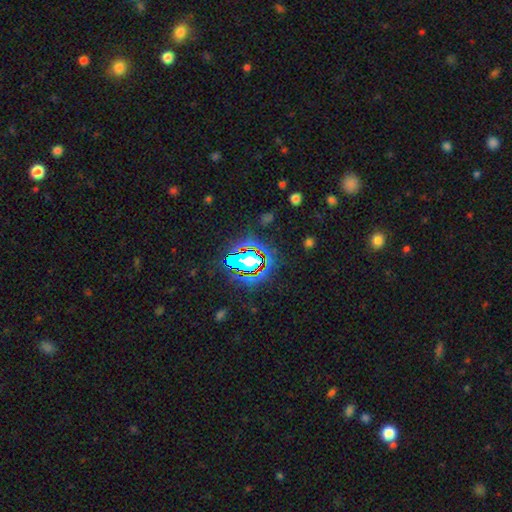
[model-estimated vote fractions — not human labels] A star or artifact, not a galaxy (68%).